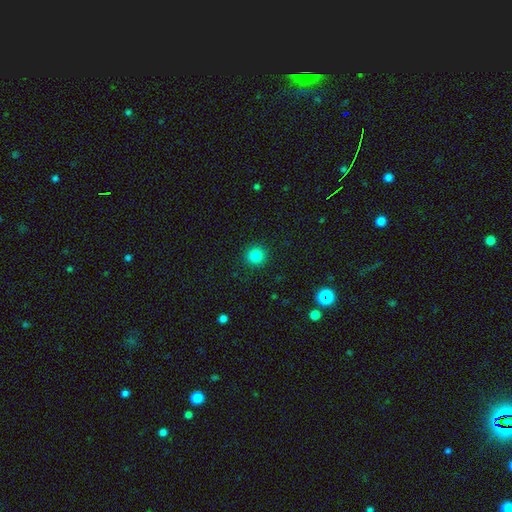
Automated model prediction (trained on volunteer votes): This appears to be a smooth galaxy with no disk features (84%) that is round (95%). Merging: none (92%).